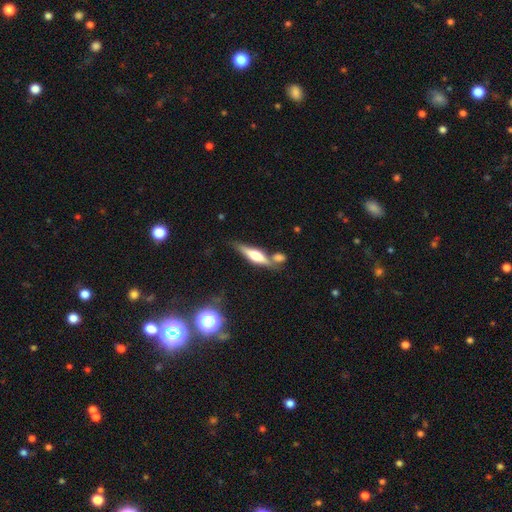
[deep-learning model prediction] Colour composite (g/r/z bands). It shows a featured or disk galaxy (59%) viewed edge-on (94%) with a rounded central bulge (81%). Merging: none (62%).